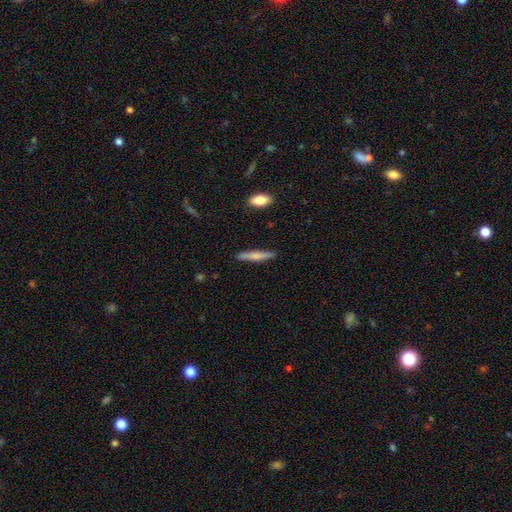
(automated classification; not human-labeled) Smooth or featured? Predicted: smooth (p=0.60). How rounded? Predicted: cigar-shaped (p=0.91). Merging? Predicted: none (p=0.89).